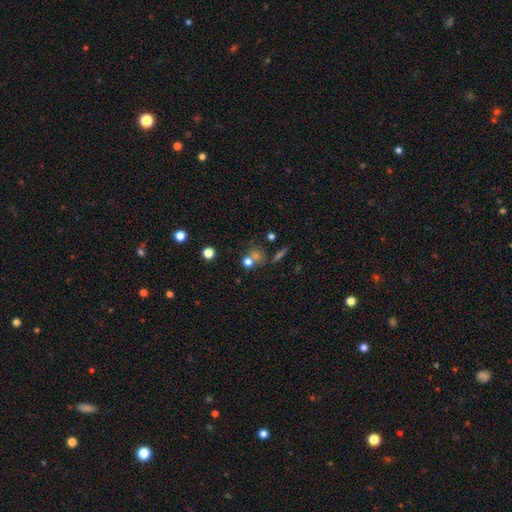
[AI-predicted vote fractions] smooth 50%, star or artifact 31%, featured or disk 19%. Down the decision tree: merging — none (53%).